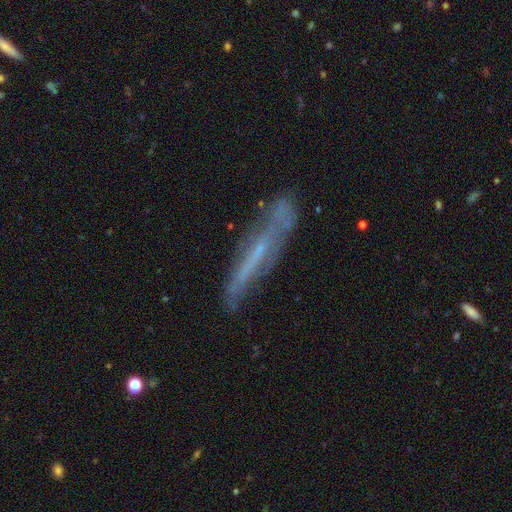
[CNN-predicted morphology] Overall: featured or disk (62%; smooth 28%). Edge-on disk: yes (67%; no 33%). Merging: none (66%).